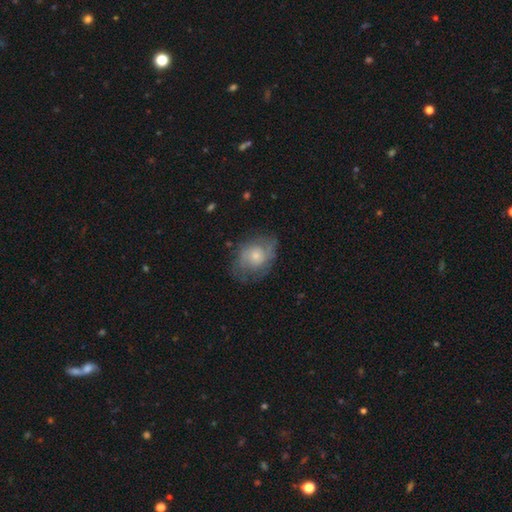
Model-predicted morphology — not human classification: Smooth or featured? smooth (46%, tied with featured or disk)
Merging? none (62%)